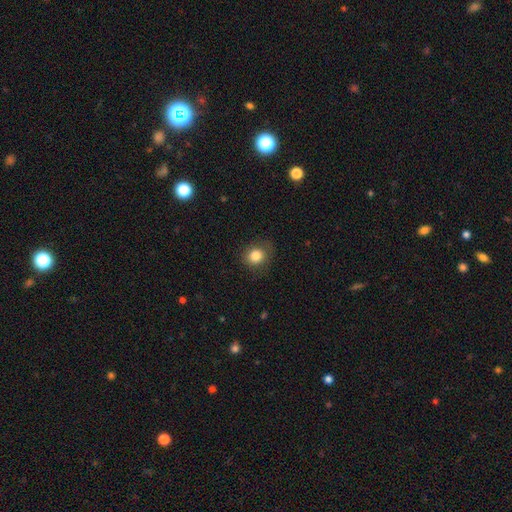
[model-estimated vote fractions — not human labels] smooth_or_featured: smooth (p=0.83) [alt: star or artifact p=0.10]
how_rounded: round (p=0.77) [alt: in between p=0.23]
merging: none (p=0.79) [alt: minor disturbance p=0.15]